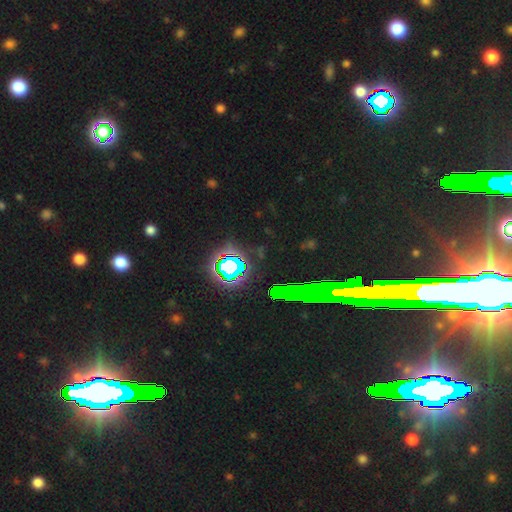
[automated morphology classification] smooth-or-featured: star or artifact: 77% | featured or disk: 11% | smooth: 11%